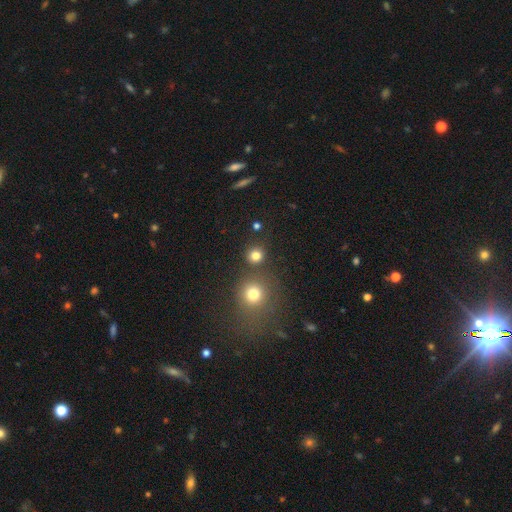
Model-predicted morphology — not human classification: smooth 79%, star or artifact 15%, featured or disk 5%. Down the decision tree: how rounded — round (91%); merging — none (81%).